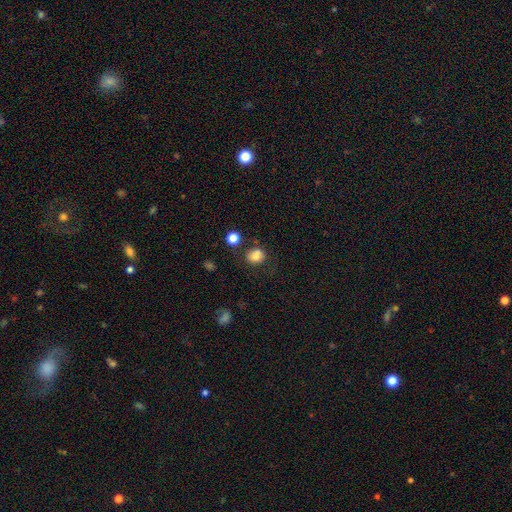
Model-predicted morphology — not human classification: A smooth galaxy with no disk features (80%) that is round (70%).

Vote fractions:
- Smooth or featured? smooth: 80% / star or artifact: 12% / featured or disk: 9%
- How rounded? round: 70% / in between: 29% / cigar-shaped: 1%
- Merging? none: 67% / minor disturbance: 15% / merger: 12% / major disturbance: 5%